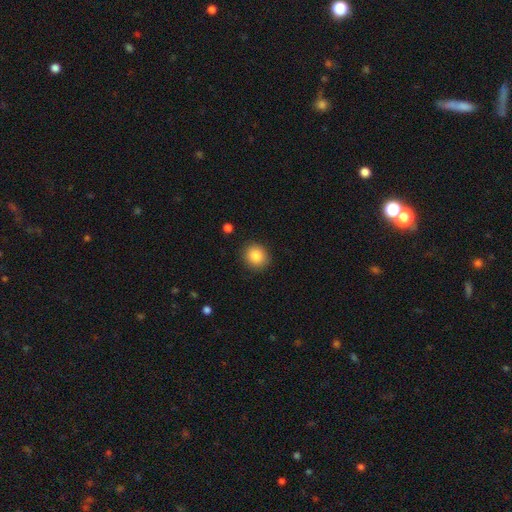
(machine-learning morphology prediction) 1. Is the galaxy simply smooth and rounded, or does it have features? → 86% smooth, 9% star or artifact, 5% featured or disk.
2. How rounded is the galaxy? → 83% round, 16% in between, 1% cigar-shaped.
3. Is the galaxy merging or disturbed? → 90% none, 7% minor disturbance, 2% major disturbance, 1% merger.